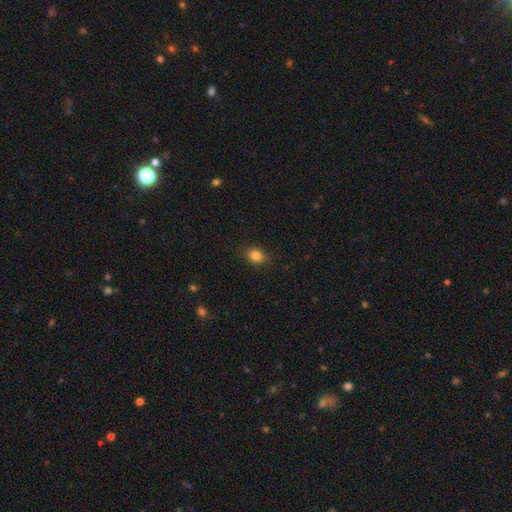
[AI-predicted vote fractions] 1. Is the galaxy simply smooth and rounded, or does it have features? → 83% smooth, 11% star or artifact, 6% featured or disk.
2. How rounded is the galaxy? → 55% round, 43% in between, 1% cigar-shaped.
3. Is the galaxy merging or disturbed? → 88% none, 9% minor disturbance, 2% major disturbance, 1% merger.